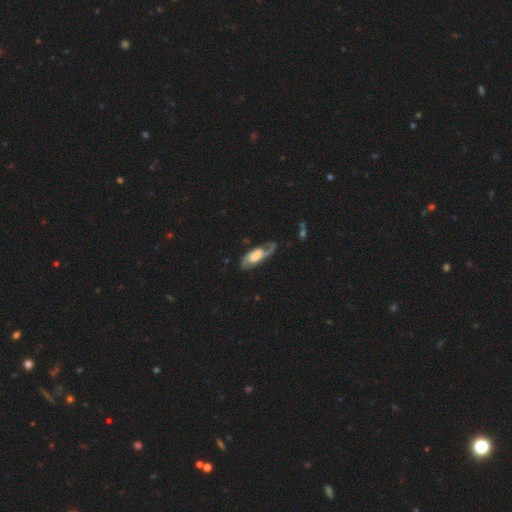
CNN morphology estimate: type=featured or disk (79%); edge-on=no (93%); bar=no (47%); spiral arms=yes (94%); winding=medium (47%); arm count=2 (83%); bulge=large (41%); merging=none (68%).